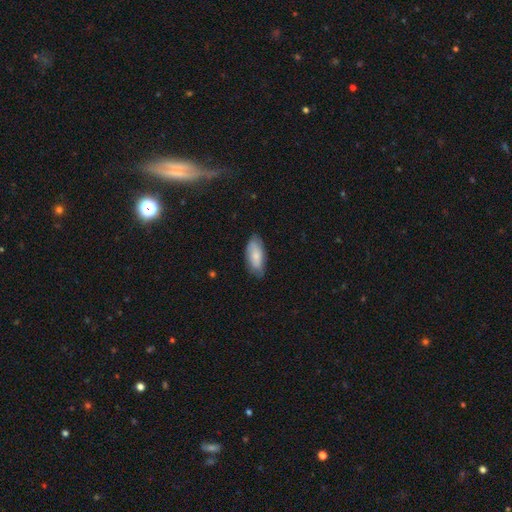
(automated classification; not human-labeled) Q: Smooth or featured?
A: smooth (74%); runner-up: featured or disk (20%)
Q: How rounded?
A: in between (88%); runner-up: cigar-shaped (10%)
Q: Merging?
A: none (72%); runner-up: minor disturbance (23%)